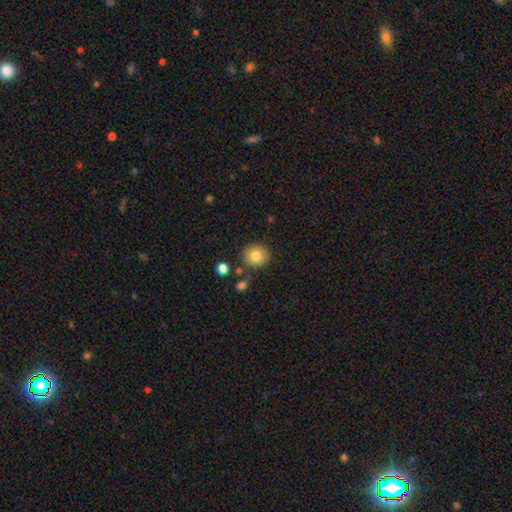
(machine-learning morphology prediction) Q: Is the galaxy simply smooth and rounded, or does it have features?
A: smooth — 82%.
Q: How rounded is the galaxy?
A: round — 86%.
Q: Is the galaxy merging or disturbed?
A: none — 82%.